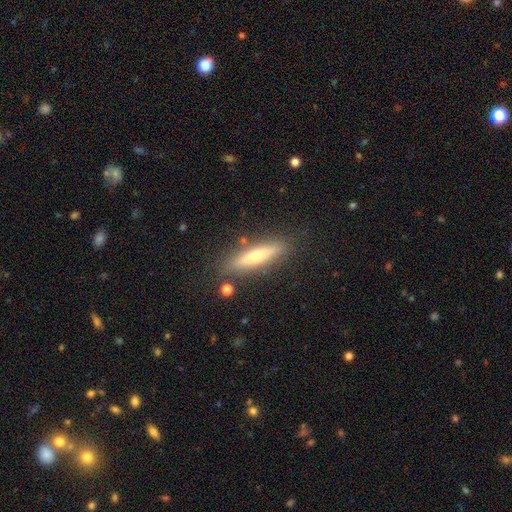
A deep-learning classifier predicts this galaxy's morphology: featured or disk 47%, smooth 46%, star or artifact 7%. Down the decision tree: merging — none (86%).